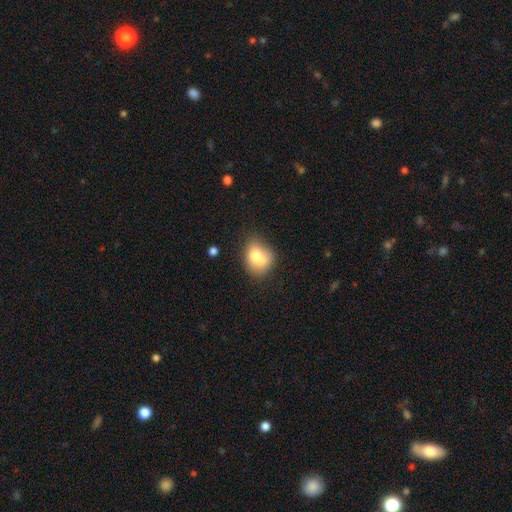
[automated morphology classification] smooth_or_featured: smooth (p=0.69) [alt: featured or disk p=0.22]
how_rounded: round (p=0.53) [alt: in between p=0.46]
merging: merger (p=0.40) [alt: none p=0.37]